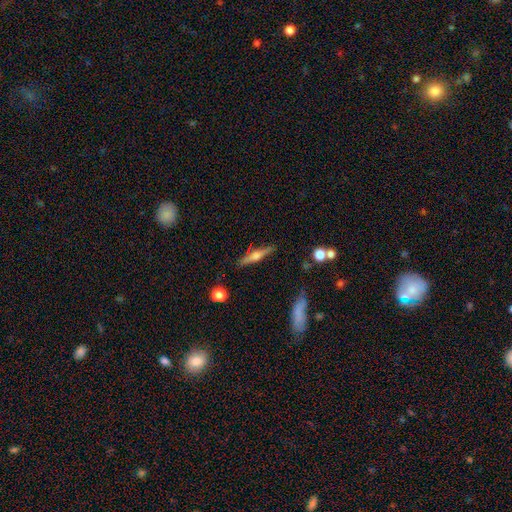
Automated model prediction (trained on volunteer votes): smooth_or_featured: featured or disk (p=0.55) [alt: smooth p=0.38]
disk_edge_on: yes (p=0.95) [alt: no p=0.05]
edge_on_bulge: rounded (p=0.78) [alt: boxy p=0.12]
merging: none (p=0.84) [alt: minor disturbance p=0.10]